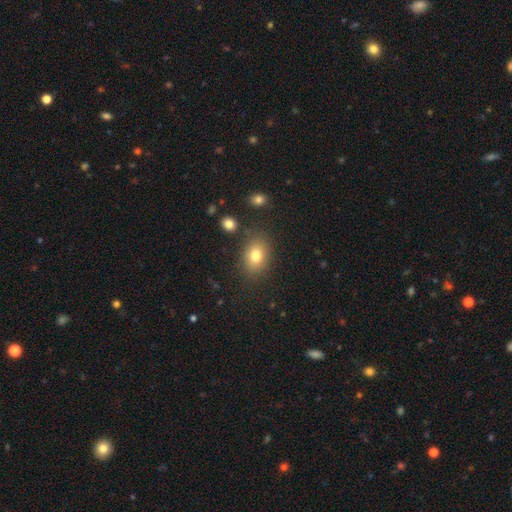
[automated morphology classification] Smooth or featured: smooth — 79% (star or artifact — 11%)
How rounded: in between — 69% (round — 30%)
Merging: none — 80% (minor disturbance — 12%)